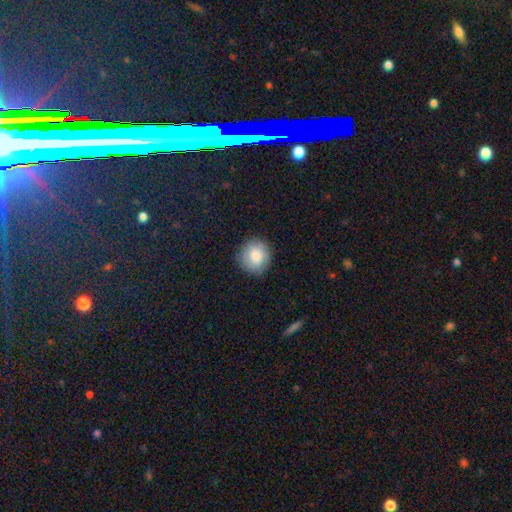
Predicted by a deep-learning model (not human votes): This is likely a smooth galaxy (78%). How rounded: clearly round (87%). Merging: clearly none (84%).